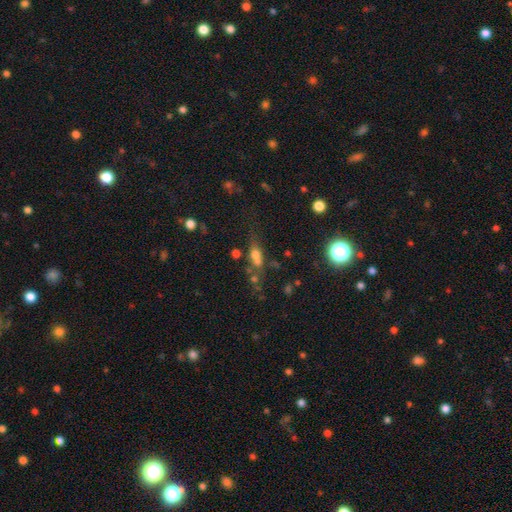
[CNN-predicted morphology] This is possibly a smooth galaxy (55%). How rounded: possibly in between (53%). Merging: marginally none (38%).